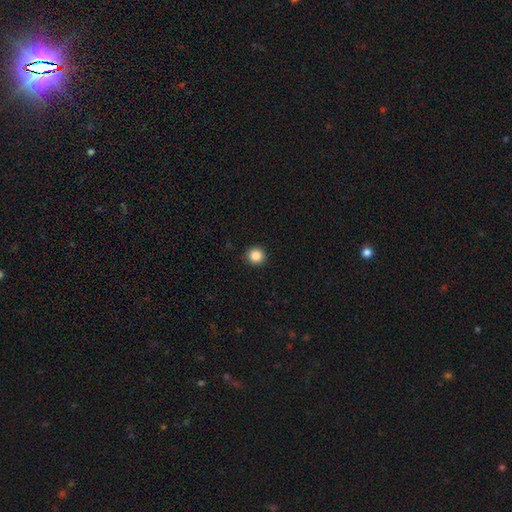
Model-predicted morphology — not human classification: Smooth or featured? Predicted: smooth (p=0.87). How rounded? Predicted: round (p=0.95). Merging? Predicted: none (p=0.92).